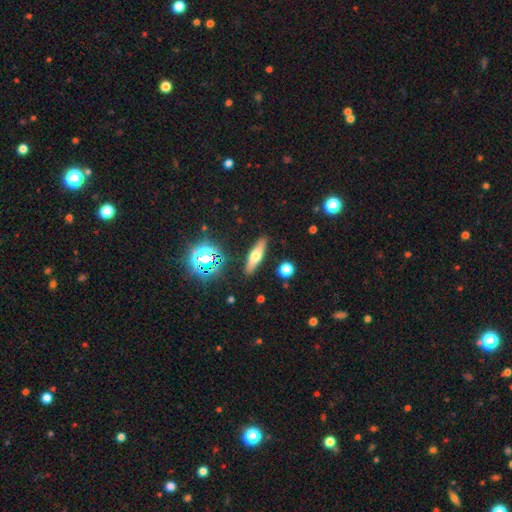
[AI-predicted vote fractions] smooth_or_featured: smooth (p=0.54) [alt: featured or disk p=0.36]
how_rounded: cigar-shaped (p=0.64) [alt: in between p=0.31]
merging: none (p=0.88) [alt: minor disturbance p=0.08]